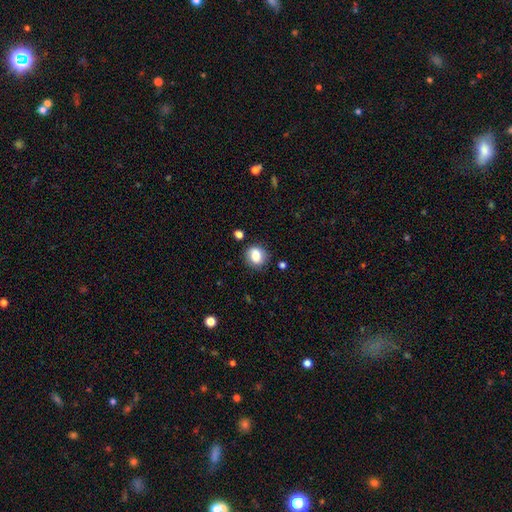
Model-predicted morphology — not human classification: The model was most divided on "how rounded": round: 64%, in between: 35%, cigar-shaped: 1%. More confident: smooth or featured — smooth (81%); merging — none (77%).